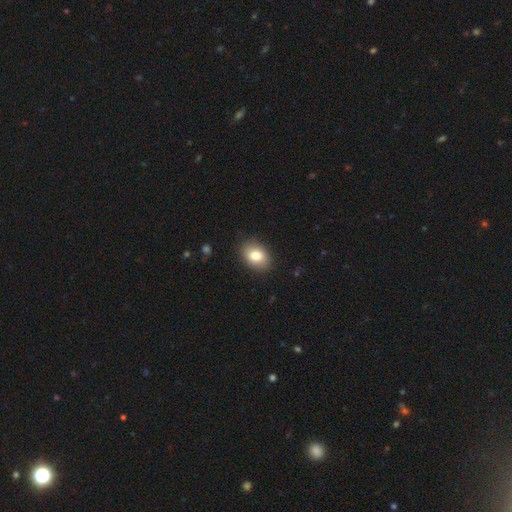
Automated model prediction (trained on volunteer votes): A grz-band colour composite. It shows a smooth galaxy with no disk features (81%) that is in between round and cigar-shaped (72%). Merging: none (87%).